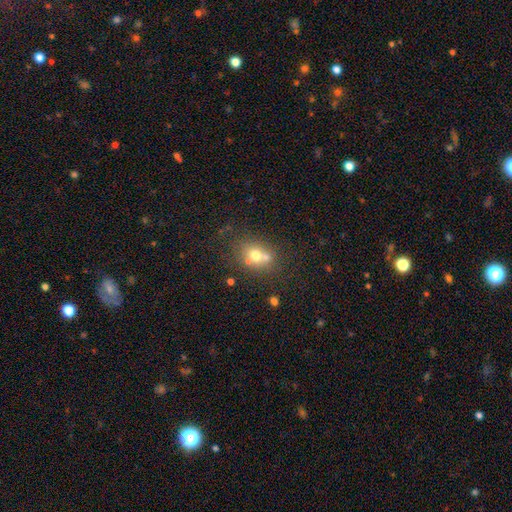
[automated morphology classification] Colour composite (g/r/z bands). It shows a smooth galaxy with no disk features (63%) that is round (58%). Merging: none (43%).